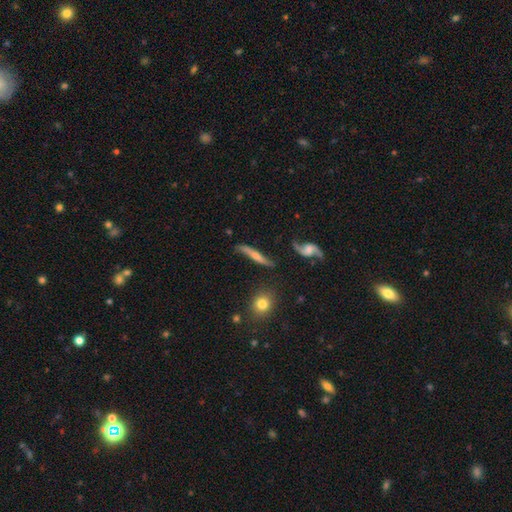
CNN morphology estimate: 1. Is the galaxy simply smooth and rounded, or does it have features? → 69% featured or disk, 25% smooth, 7% star or artifact.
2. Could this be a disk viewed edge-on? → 61% yes, 39% no.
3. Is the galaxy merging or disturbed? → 69% none, 20% minor disturbance, 7% major disturbance, 4% merger.